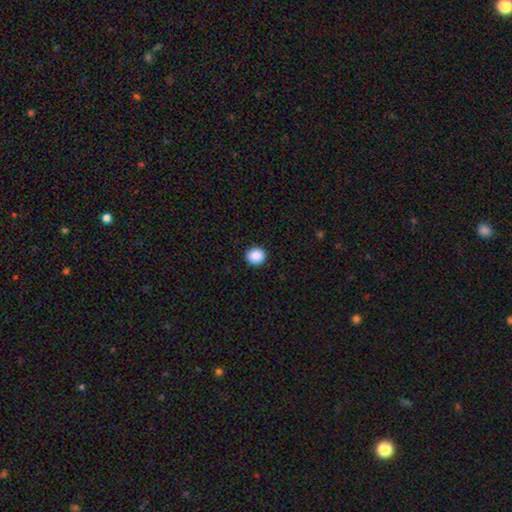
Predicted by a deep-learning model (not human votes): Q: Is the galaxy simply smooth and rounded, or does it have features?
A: smooth — 89%.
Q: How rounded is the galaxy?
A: round — 89%.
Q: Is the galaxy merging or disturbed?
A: none — 92%.